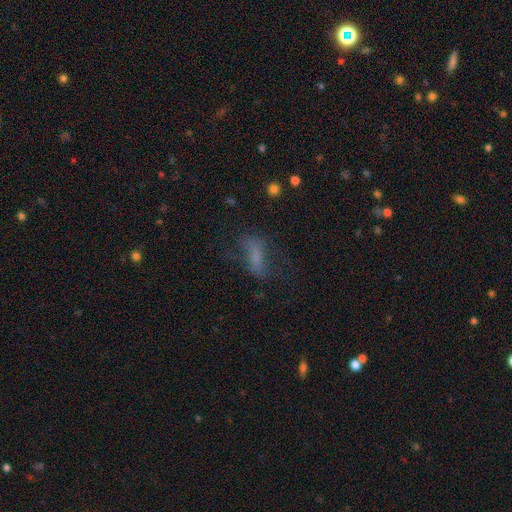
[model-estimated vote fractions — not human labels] A smooth galaxy with no disk features (46%). Merging: none (52%).